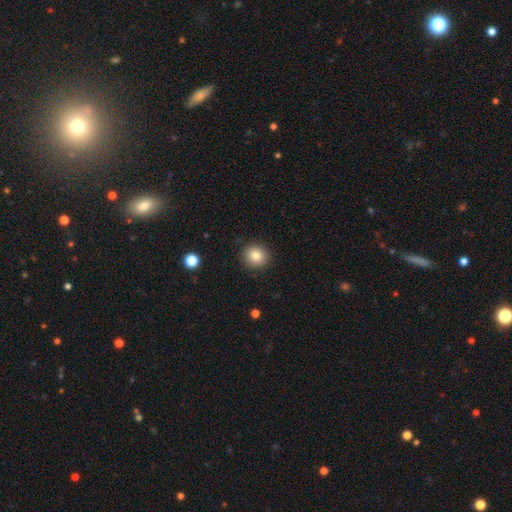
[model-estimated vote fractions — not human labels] Overall: smooth (83%). How rounded: round (91%). Merging: none (91%).